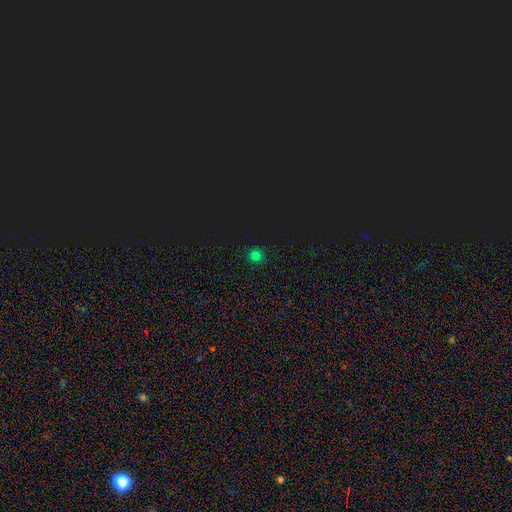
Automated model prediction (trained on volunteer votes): A smooth galaxy with no disk features (72%) that is round (92%).

Vote fractions:
- Smooth or featured? smooth: 72% / star or artifact: 23% / featured or disk: 4%
- How rounded? round: 92% / in between: 7% / cigar-shaped: 1%
- Merging? none: 90% / minor disturbance: 7% / major disturbance: 2% / merger: 1%